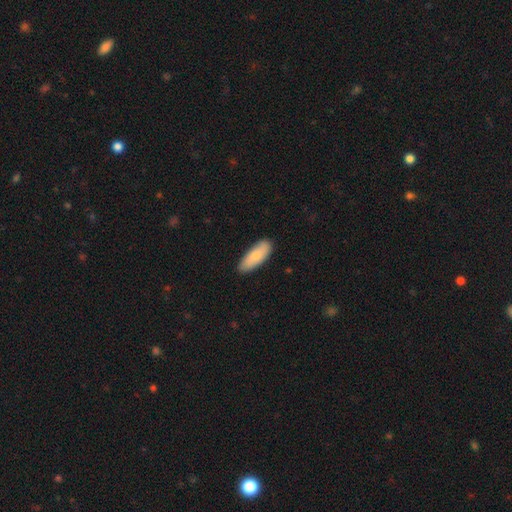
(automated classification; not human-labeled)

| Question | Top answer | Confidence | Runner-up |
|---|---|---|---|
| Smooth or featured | smooth | 82% | featured or disk (13%) |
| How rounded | in between | 74% | cigar-shaped (24%) |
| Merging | none | 85% | minor disturbance (12%) |